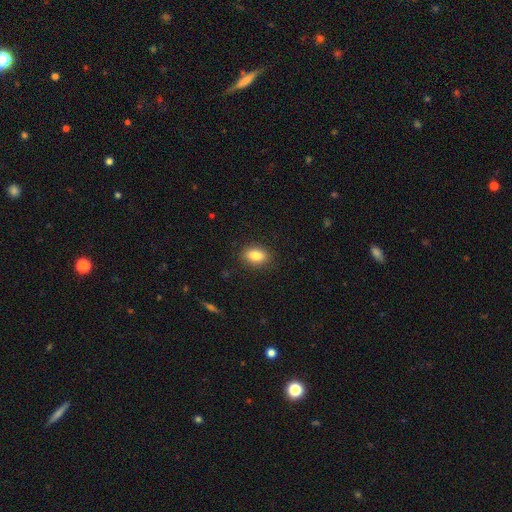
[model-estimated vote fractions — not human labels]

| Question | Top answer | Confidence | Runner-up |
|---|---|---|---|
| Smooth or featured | smooth | 84% | star or artifact (8%) |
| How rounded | in between | 83% | round (14%) |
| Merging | none | 88% | minor disturbance (9%) |